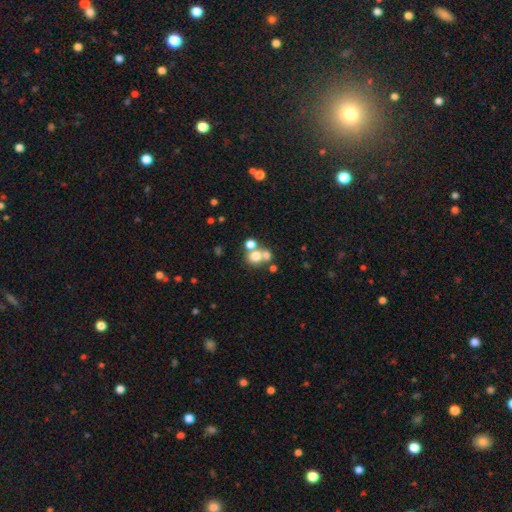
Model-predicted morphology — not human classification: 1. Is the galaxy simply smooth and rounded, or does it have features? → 68% smooth, 17% featured or disk, 15% star or artifact.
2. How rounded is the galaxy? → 78% round, 21% in between, 1% cigar-shaped.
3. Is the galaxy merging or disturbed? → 48% merger, 41% none, 7% minor disturbance, 5% major disturbance.